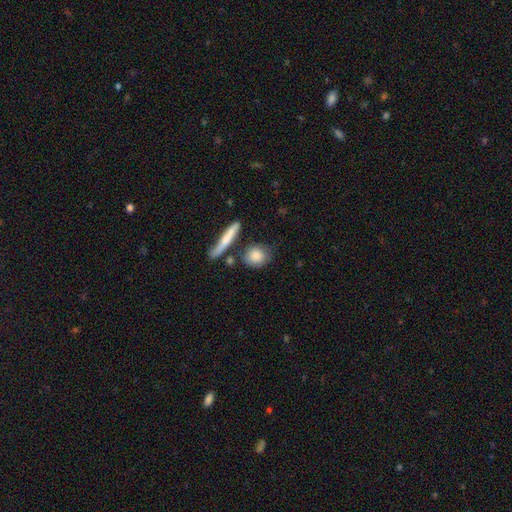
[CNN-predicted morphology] smooth_or_featured: smooth (p=0.81) [alt: featured or disk p=0.12]
how_rounded: round (p=0.63) [alt: in between p=0.25]
merging: none (p=0.70) [alt: minor disturbance p=0.15]